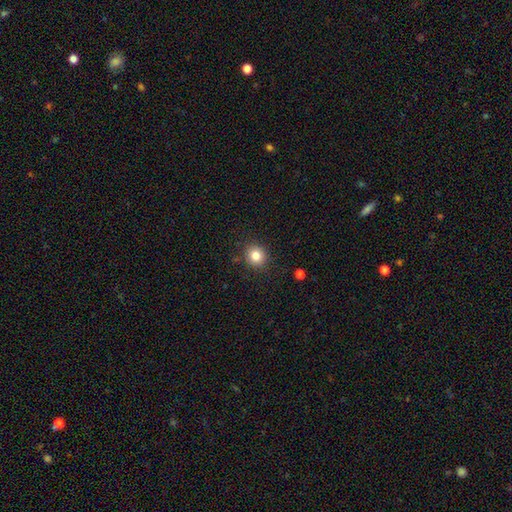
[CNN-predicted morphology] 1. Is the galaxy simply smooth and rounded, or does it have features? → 82% smooth, 11% star or artifact, 6% featured or disk.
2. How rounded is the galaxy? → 86% round, 13% in between, 1% cigar-shaped.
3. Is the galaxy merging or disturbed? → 88% none, 8% minor disturbance, 2% major disturbance, 2% merger.